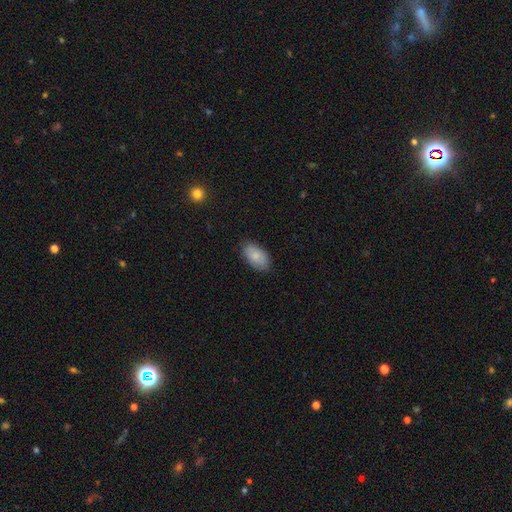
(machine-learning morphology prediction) smooth-or-featured: smooth: 82% | featured or disk: 12% | star or artifact: 6%
  how-rounded: in between: 94% | round: 4% | cigar-shaped: 2%
  merging: none: 82% | minor disturbance: 14% | major disturbance: 3% | merger: 1%